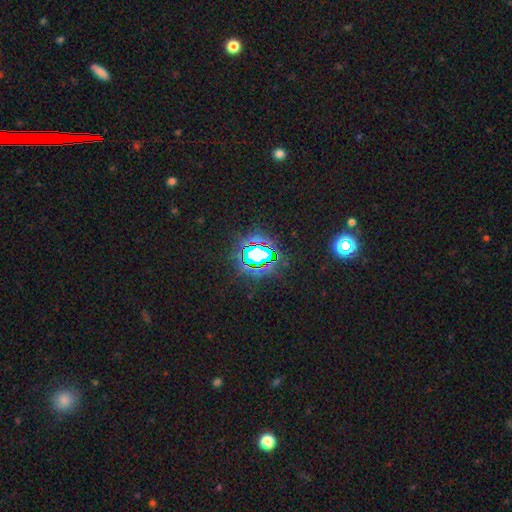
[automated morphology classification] Smooth or featured?
  - star or artifact: 71% *
  - smooth: 17%
  - featured or disk: 12%